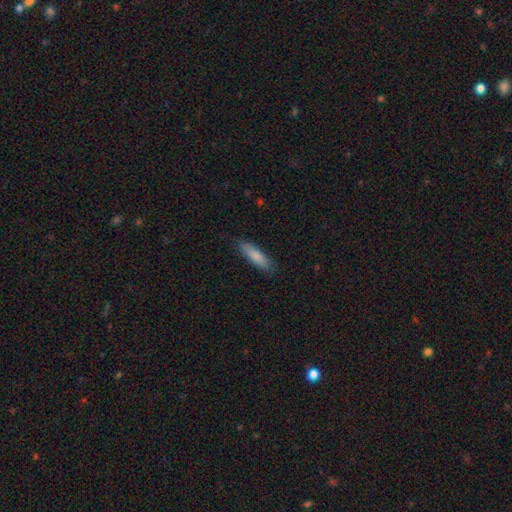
Q: Smooth or featured?
A: smooth (82%); runner-up: featured or disk (13%)
Q: How rounded?
A: cigar-shaped (77%); runner-up: in between (23%)
Q: Merging?
A: none (78%); runner-up: minor disturbance (17%)